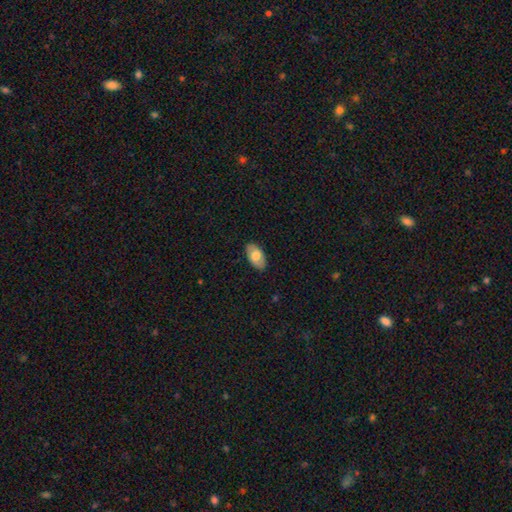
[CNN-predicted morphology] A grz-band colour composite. It shows a smooth galaxy with no disk features (72%) that is in between round and cigar-shaped (94%). Merging: none (86%).